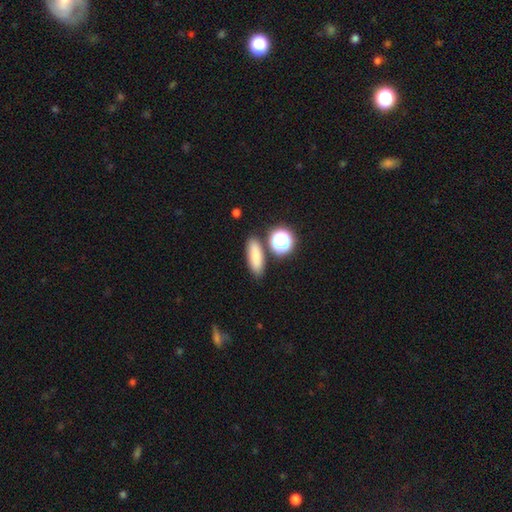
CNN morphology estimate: The model was most divided on "how rounded": in between: 57%, cigar-shaped: 23%, round: 19%. More confident: merging — none (79%); smooth or featured — smooth (78%).